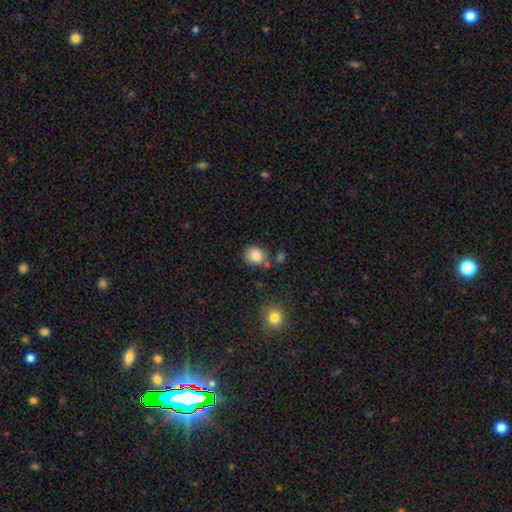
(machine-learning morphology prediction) Overall: smooth (86%). How rounded: round (65%; in between 34%). Merging: none (70%).